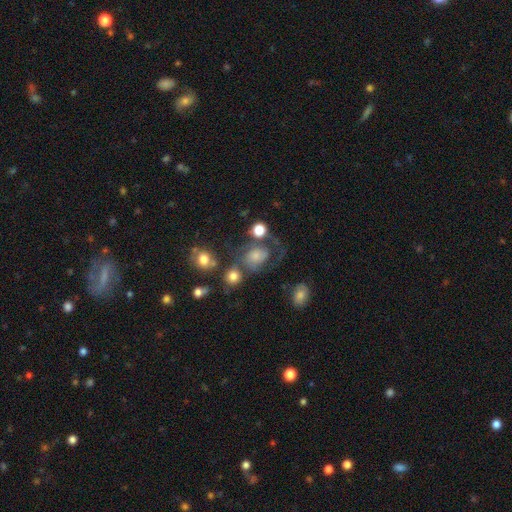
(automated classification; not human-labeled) A featured or disk galaxy (46%).

Vote fractions:
- Smooth or featured? featured or disk: 46% / smooth: 35% / star or artifact: 18%
- Merging? none: 42% / major disturbance: 25% / minor disturbance: 18% / merger: 15%